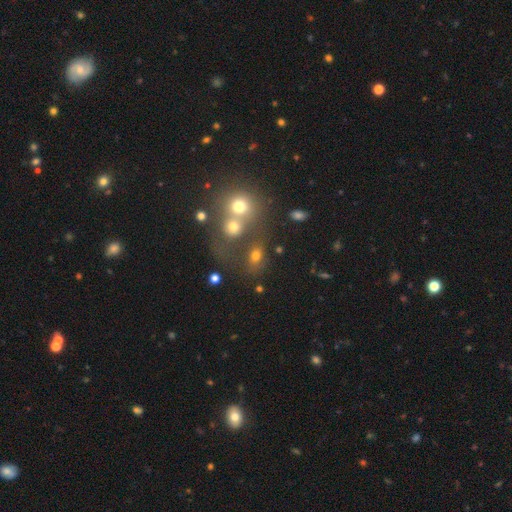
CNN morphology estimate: Smooth or featured: smooth — 68% (star or artifact — 18%)
How rounded: in between — 56% (round — 41%)
Merging: none — 41% (merger — 39%)